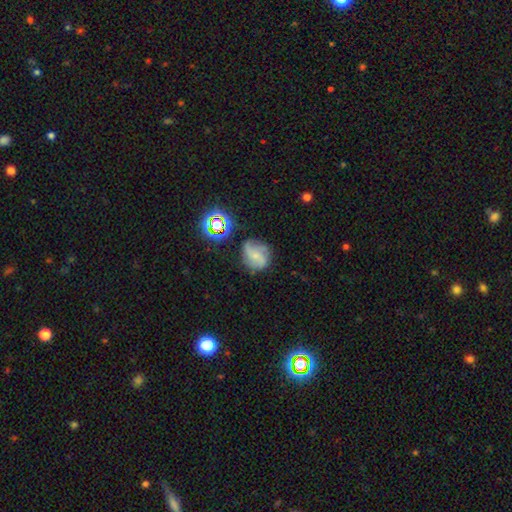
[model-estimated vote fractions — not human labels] A featured or disk galaxy (56%) with no bar (61%), spiral arms (88%) and a small central bulge (70%). Merging: none (64%).